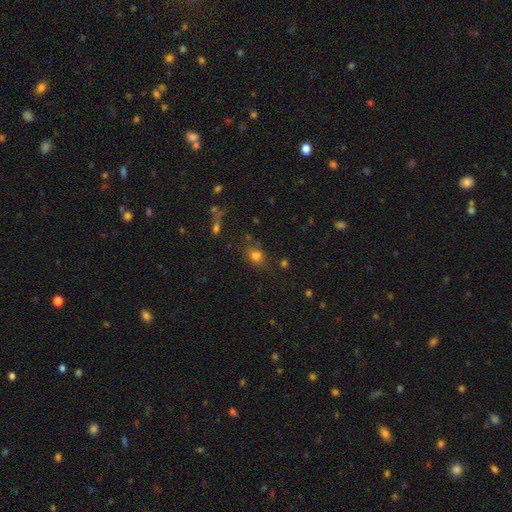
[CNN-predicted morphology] This appears to be a smooth galaxy with no disk features (74%) that is in between round and cigar-shaped (57%). Merging: none (67%).